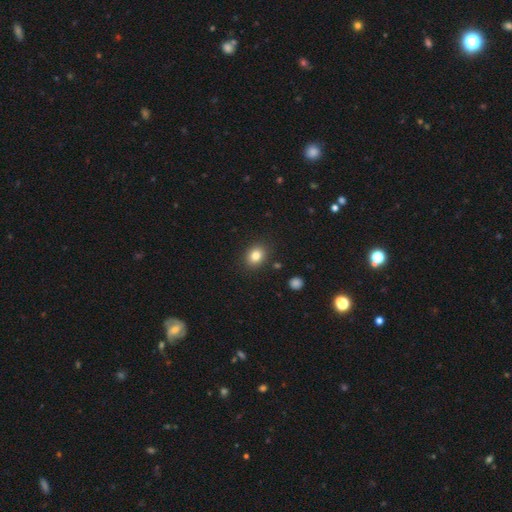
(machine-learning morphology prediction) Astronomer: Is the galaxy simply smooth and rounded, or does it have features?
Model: smooth — 82%.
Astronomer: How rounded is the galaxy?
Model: round — 51% (runner-up: in between, 48%).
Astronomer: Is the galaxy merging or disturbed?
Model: none — 87%.